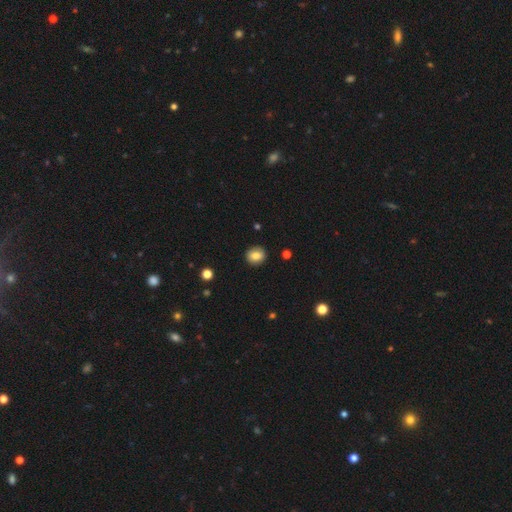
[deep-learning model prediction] smooth-or-featured: smooth: 83% | star or artifact: 9% | featured or disk: 8%
  how-rounded: round: 78% | in between: 21% | cigar-shaped: 1%
  merging: none: 90% | minor disturbance: 7% | major disturbance: 2% | merger: 1%